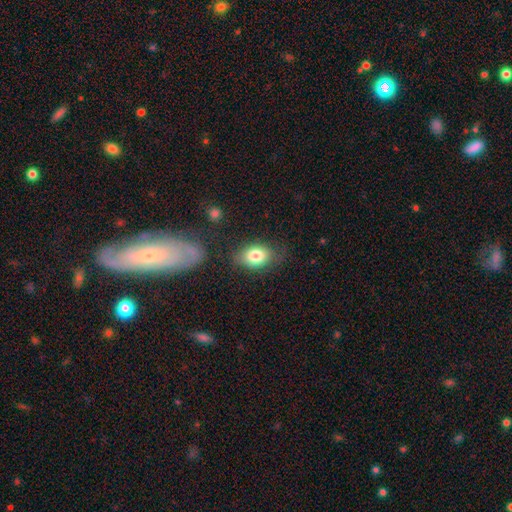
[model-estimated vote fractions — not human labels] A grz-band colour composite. It shows a smooth galaxy with no disk features (80%) that is in between round and cigar-shaped (79%). Merging: none (72%).